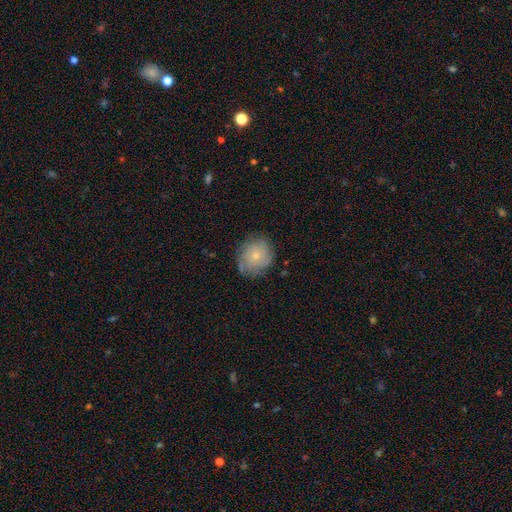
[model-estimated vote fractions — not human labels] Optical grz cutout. It shows a smooth galaxy with no disk features (61%) that is round (81%). Merging: none (74%).